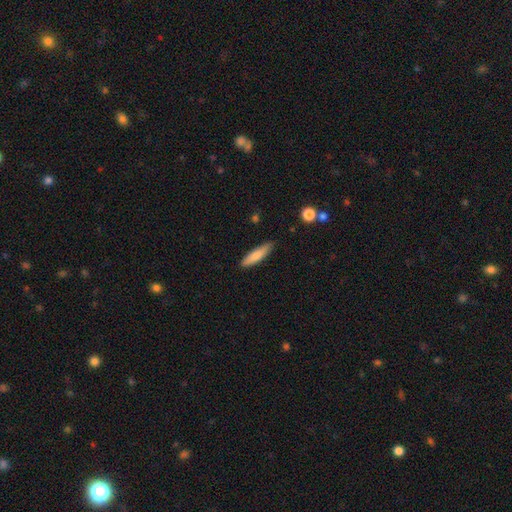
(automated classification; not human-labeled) Smooth or featured: smooth — 77% (featured or disk — 17%)
How rounded: cigar-shaped — 73% (in between — 25%)
Merging: none — 85% (minor disturbance — 12%)